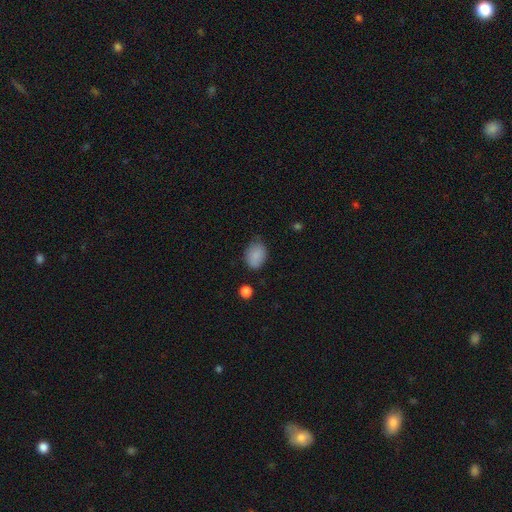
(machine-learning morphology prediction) Smooth or featured?
  - smooth: 86% *
  - star or artifact: 8%
  - featured or disk: 6%
How rounded?
  - in between: 74% *
  - round: 25%
  - cigar-shaped: 1%
Merging?
  - none: 64% *
  - minor disturbance: 28%
  - major disturbance: 6%
  - merger: 2%